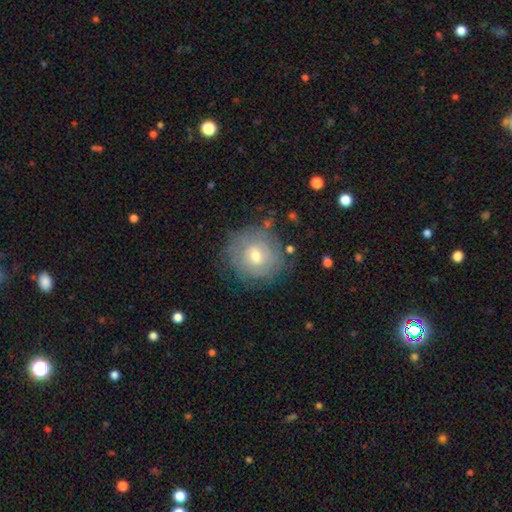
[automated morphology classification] Smooth or featured: featured or disk — 54% (smooth — 37%)
Edge-on disk: no — 96% (yes — 4%)
Bar: no — 52% (weak — 40%)
Spiral arms: yes — 69% (no — 31%)
Bulge size: moderate — 61% (small — 35%)
Merging: none — 75% (minor disturbance — 16%)